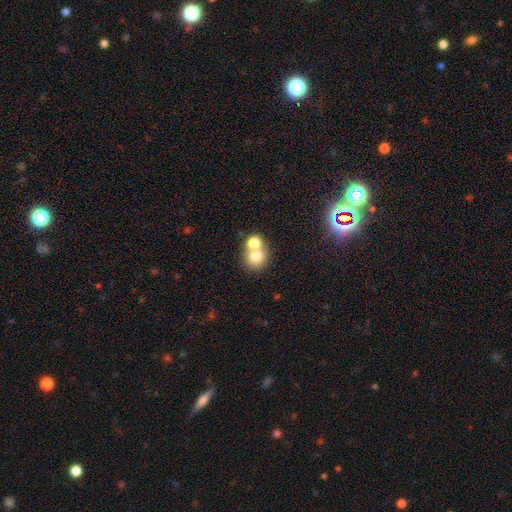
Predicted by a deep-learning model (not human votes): Smooth or featured? smooth (74%)
How rounded? round (79%)
Merging? merger (48%)